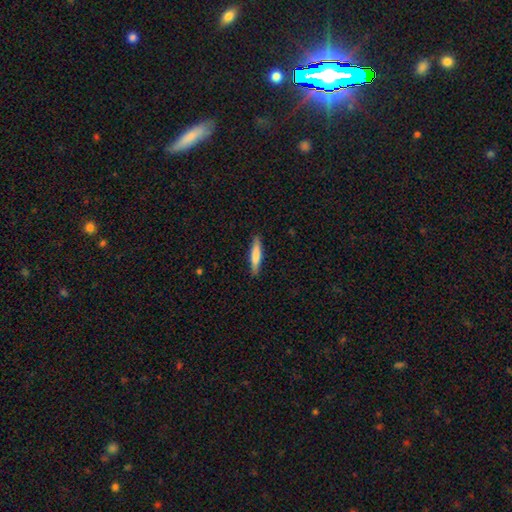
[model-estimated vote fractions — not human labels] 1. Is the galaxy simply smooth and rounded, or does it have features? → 74% smooth, 21% featured or disk, 5% star or artifact.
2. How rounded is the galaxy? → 86% cigar-shaped, 12% in between, 1% round.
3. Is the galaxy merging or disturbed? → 89% none, 8% minor disturbance, 2% major disturbance, 1% merger.